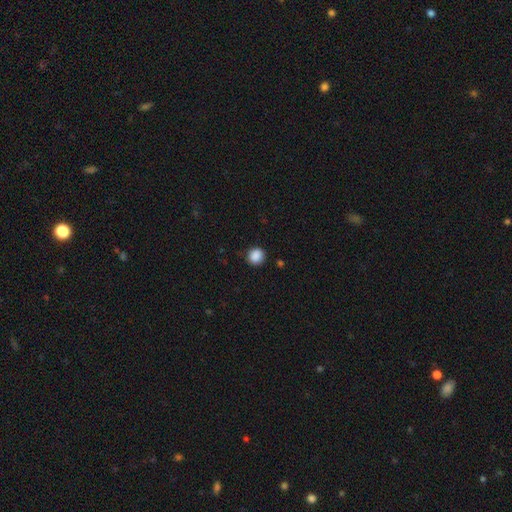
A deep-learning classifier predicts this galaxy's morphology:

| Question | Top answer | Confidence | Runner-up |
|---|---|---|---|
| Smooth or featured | smooth | 88% | star or artifact (9%) |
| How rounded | round | 85% | in between (14%) |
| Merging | none | 88% | minor disturbance (9%) |